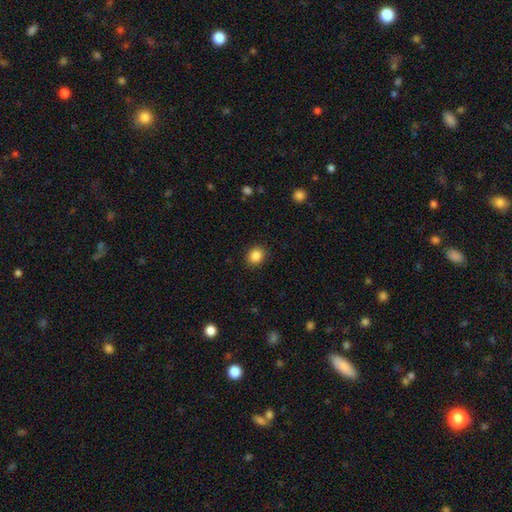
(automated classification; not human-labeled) smooth 86%, star or artifact 10%, featured or disk 4%. Down the decision tree: how rounded — round (67%); merging — none (90%).